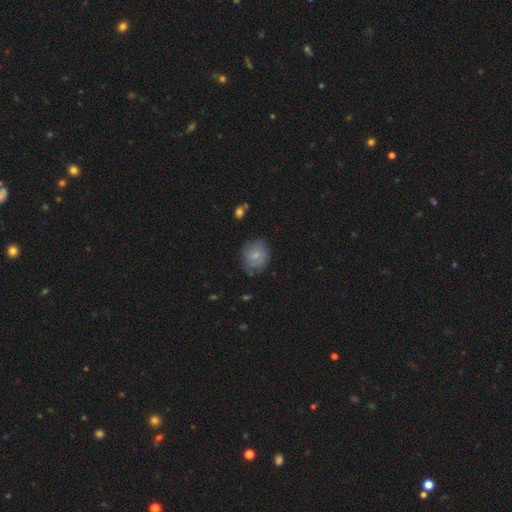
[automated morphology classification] Overall: smooth (74%). How rounded: round (66%; in between 33%). Merging: none (69%).